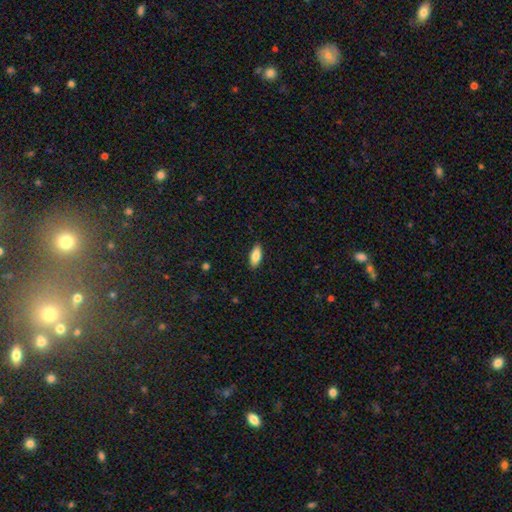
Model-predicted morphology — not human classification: A smooth galaxy with no disk features (83%) that is in between round and cigar-shaped (77%).

Vote fractions:
- Smooth or featured? smooth: 83% / featured or disk: 11% / star or artifact: 6%
- How rounded? in between: 77% / cigar-shaped: 21% / round: 2%
- Merging? none: 88% / minor disturbance: 9% / major disturbance: 2% / merger: 1%